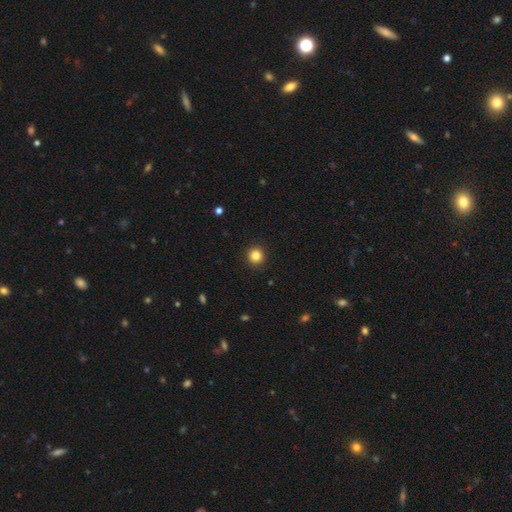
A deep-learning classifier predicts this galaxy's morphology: type=smooth (84%); roundness=round (95%); merging=none (93%).